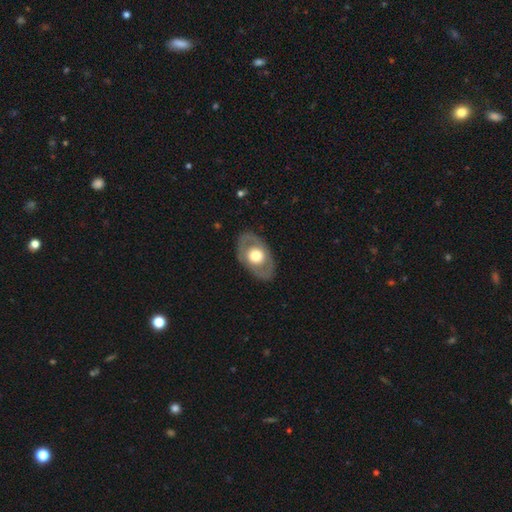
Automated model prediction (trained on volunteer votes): Q: Smooth or featured?
A: featured or disk (53%); runner-up: smooth (42%)
Q: Edge-on disk?
A: no (89%); runner-up: yes (11%)
Q: Merging?
A: none (84%); runner-up: minor disturbance (11%)